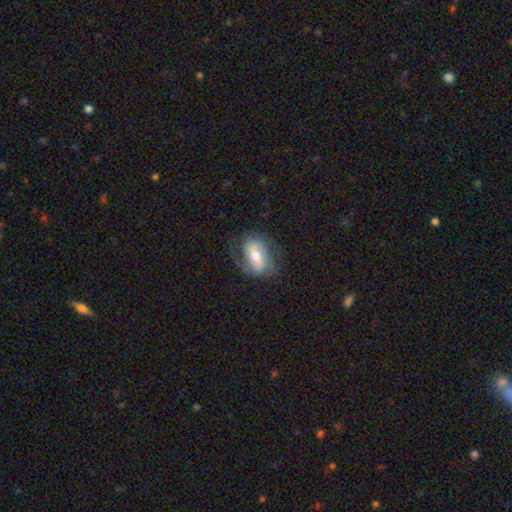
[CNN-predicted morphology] This is likely a featured or disk galaxy (72%). It is clearly not viewed edge-on (95%). Bar: marginally strong (42%). Spiral arm pattern: clearly yes (86%). Spiral arm count: likely 2 (74%). Spiral winding: marginally medium (44%). Central bulge: likely moderate (61%). Merging: likely none (66%).